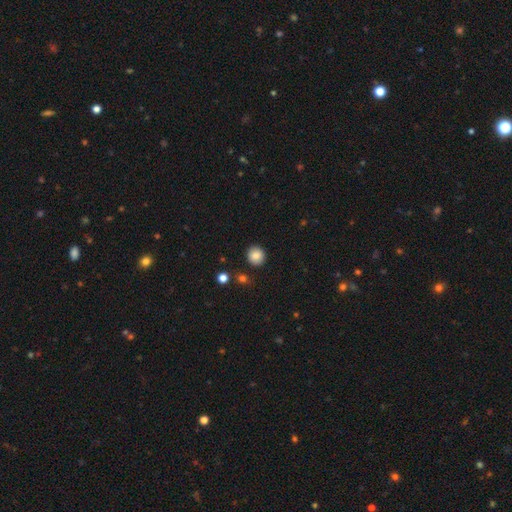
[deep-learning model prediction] smooth-or-featured: smooth: 86% | star or artifact: 9% | featured or disk: 5%
  how-rounded: round: 90% | in between: 9% | cigar-shaped: 1%
  merging: none: 90% | minor disturbance: 6% | major disturbance: 2% | merger: 2%